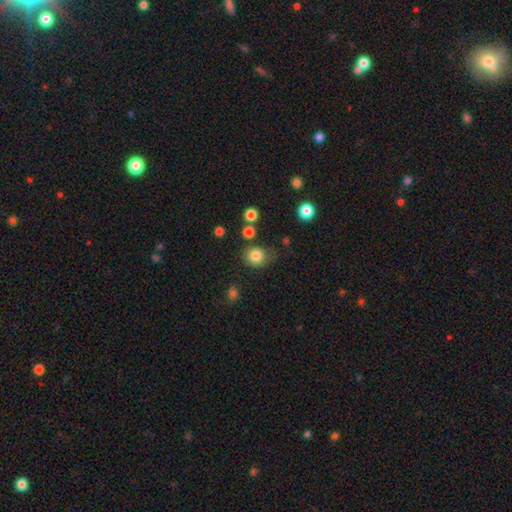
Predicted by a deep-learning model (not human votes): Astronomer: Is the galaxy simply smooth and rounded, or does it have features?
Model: smooth — 83%.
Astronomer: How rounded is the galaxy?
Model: round — 80%.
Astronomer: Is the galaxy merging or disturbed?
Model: none — 70%.